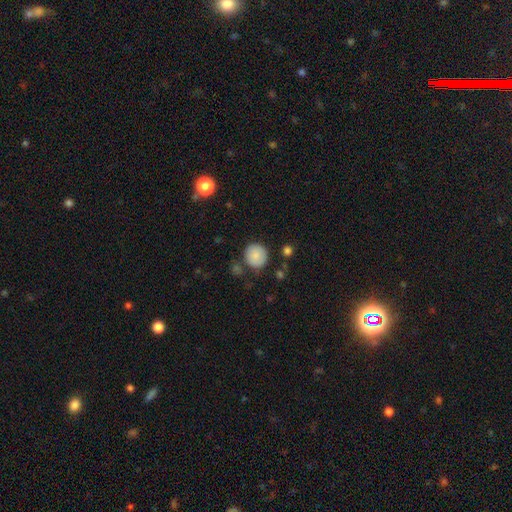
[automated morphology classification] A smooth galaxy with no disk features (85%) that is round (91%).

Vote fractions:
- Smooth or featured? smooth: 85% / star or artifact: 8% / featured or disk: 7%
- How rounded? round: 91% / in between: 8% / cigar-shaped: 1%
- Merging? none: 80% / minor disturbance: 13% / merger: 4% / major disturbance: 3%